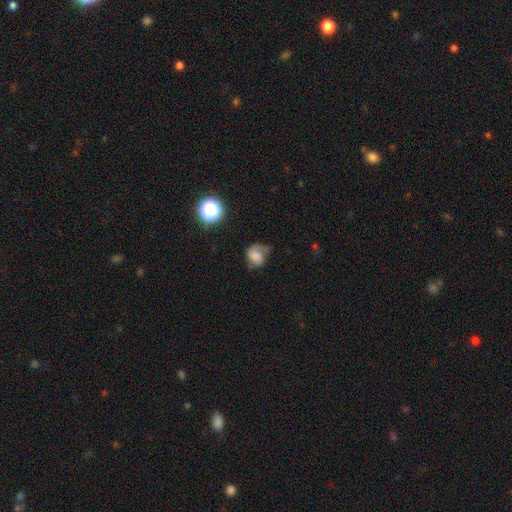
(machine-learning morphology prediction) A smooth galaxy with no disk features (48%).

Vote fractions:
- Smooth or featured? smooth: 48% / featured or disk: 41% / star or artifact: 11%
- Merging? none: 36% / minor disturbance: 31% / major disturbance: 29% / merger: 3%